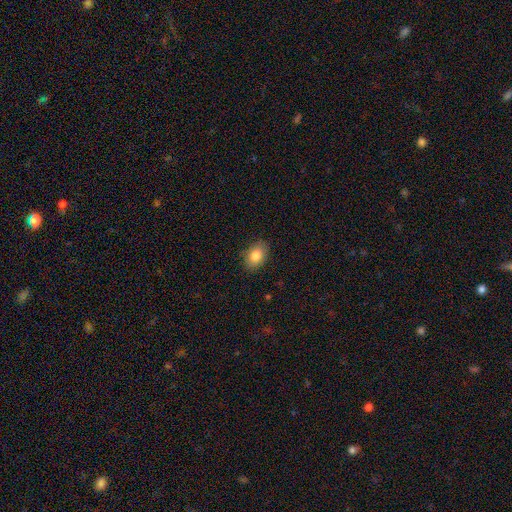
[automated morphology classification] Smooth or featured? smooth (83%)
How rounded? in between (80%)
Merging? none (87%)